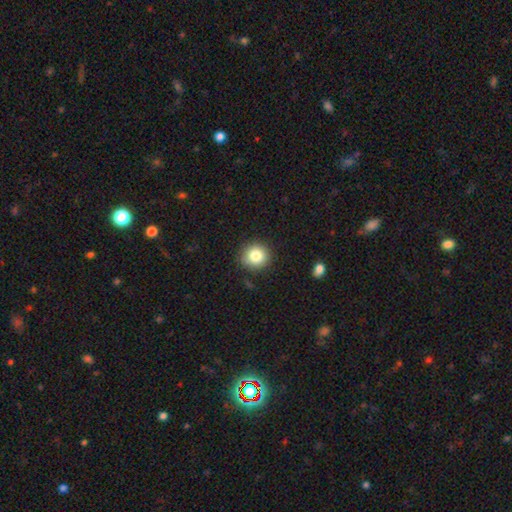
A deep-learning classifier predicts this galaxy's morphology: Smooth or featured? smooth (82%)
How rounded? round (88%)
Merging? none (87%)